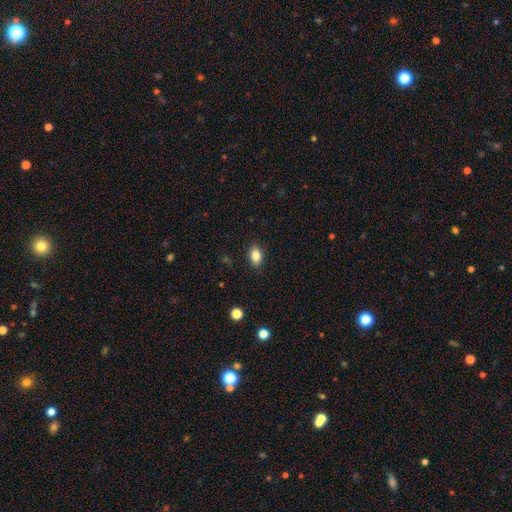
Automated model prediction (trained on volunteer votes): This is clearly a smooth galaxy (85%). How rounded: clearly in between (88%). Merging: clearly none (89%).